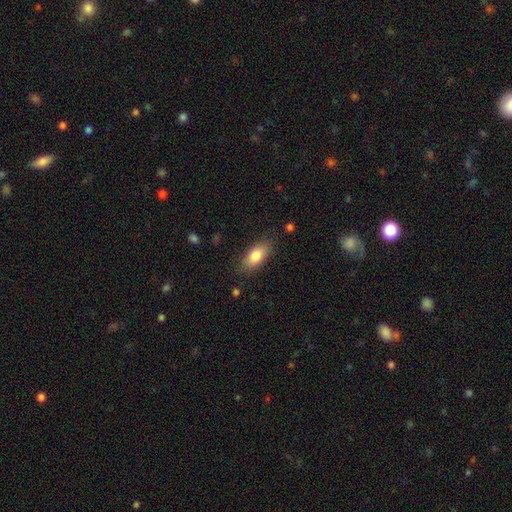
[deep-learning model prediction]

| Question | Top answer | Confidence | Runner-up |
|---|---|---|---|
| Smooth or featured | smooth | 82% | featured or disk (11%) |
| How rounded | in between | 84% | cigar-shaped (13%) |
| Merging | none | 83% | minor disturbance (12%) |